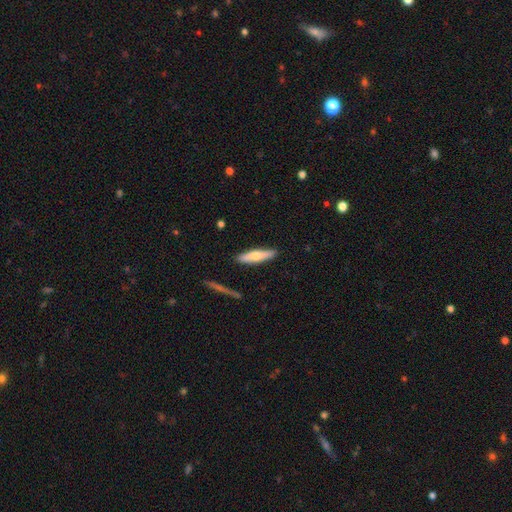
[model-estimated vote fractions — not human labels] Overall: smooth (60%; featured or disk 35%). How rounded: cigar-shaped (78%). Merging: none (87%).